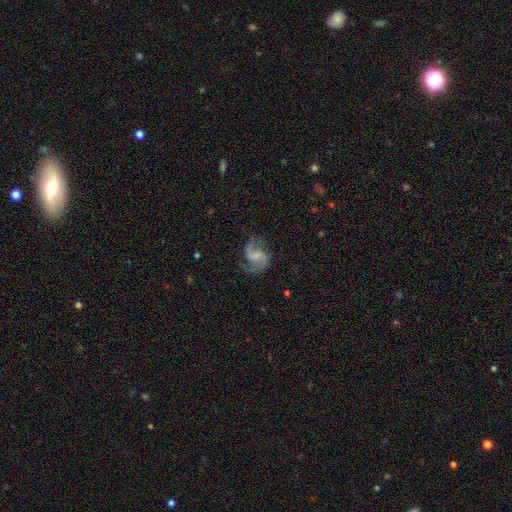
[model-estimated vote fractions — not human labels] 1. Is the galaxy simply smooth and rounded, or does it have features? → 86% featured or disk, 8% smooth, 6% star or artifact.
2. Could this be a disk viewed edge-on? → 98% no, 2% yes.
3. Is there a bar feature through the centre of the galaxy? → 45% no, 44% weak, 11% strong.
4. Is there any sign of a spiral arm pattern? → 97% yes, 3% no.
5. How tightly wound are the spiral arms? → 49% medium, 41% loose, 10% tight.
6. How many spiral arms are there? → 93% 2, 2% can't tell, 2% 1, 1% 3, 1% 4, 1% more than 4.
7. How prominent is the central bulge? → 45% none, 36% small, 16% moderate, 3% large, 1% dominant.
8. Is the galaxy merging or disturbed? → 74% none, 16% minor disturbance, 9% major disturbance, 2% merger.